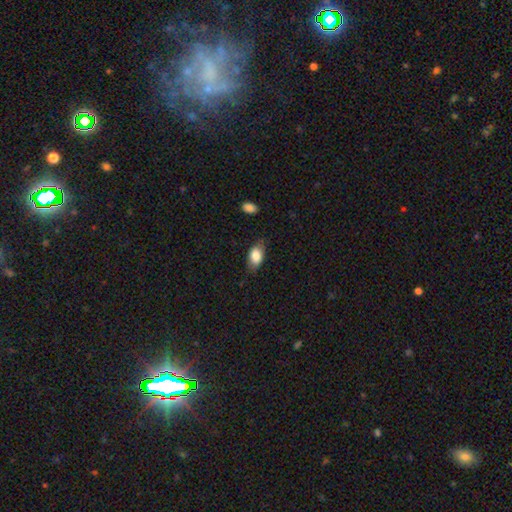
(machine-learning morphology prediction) smooth 80%, featured or disk 13%, star or artifact 7%. Down the decision tree: how rounded — in between (89%); merging — none (75%).